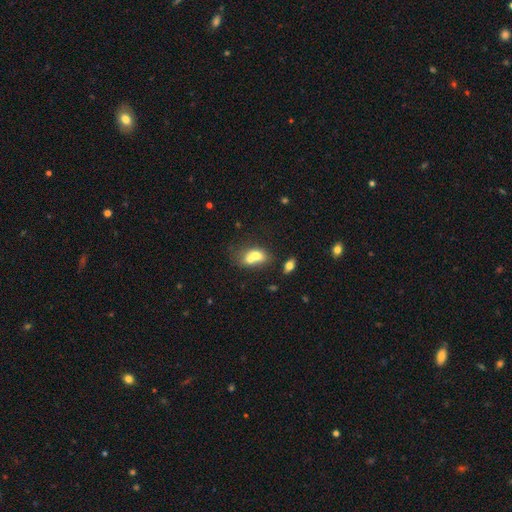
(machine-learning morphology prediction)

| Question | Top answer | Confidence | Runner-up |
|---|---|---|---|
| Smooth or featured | smooth | 65% | featured or disk (25%) |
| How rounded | in between | 67% | round (31%) |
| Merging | merger | 66% | none (21%) |